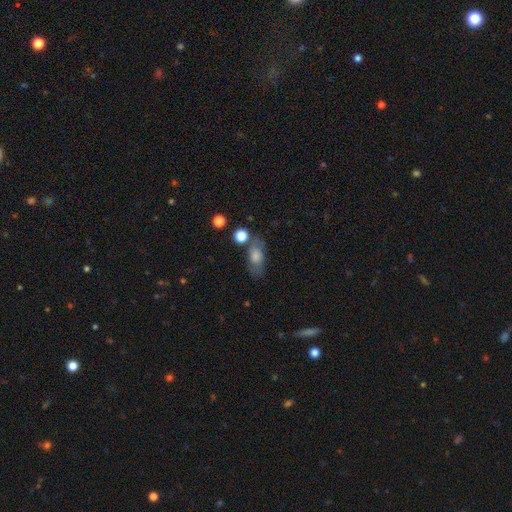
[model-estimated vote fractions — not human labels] Smooth or featured? smooth (65%)
How rounded? in between (79%)
Merging? none (68%)